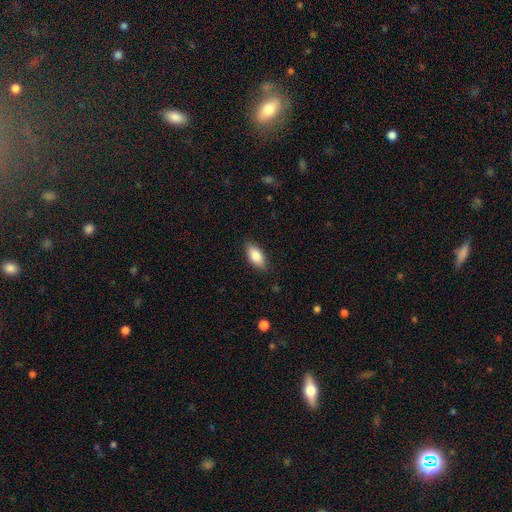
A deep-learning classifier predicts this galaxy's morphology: A smooth galaxy with no disk features (84%) that is in between round and cigar-shaped (88%). Merging: none (84%).